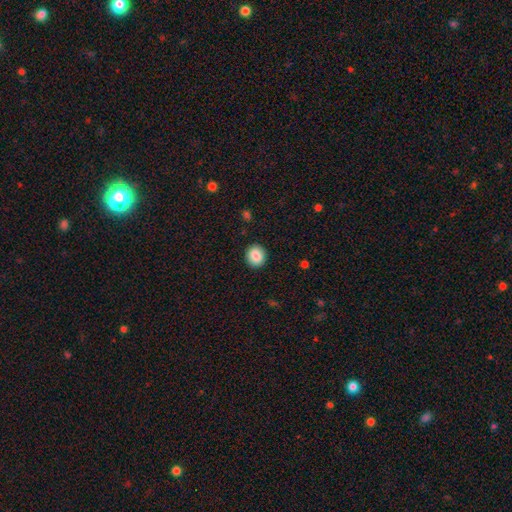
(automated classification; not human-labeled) Smooth or featured?
  - smooth: 86% *
  - star or artifact: 9%
  - featured or disk: 5%
How rounded?
  - round: 82% *
  - in between: 17%
  - cigar-shaped: 1%
Merging?
  - none: 92% *
  - minor disturbance: 6%
  - major disturbance: 2%
  - merger: 1%